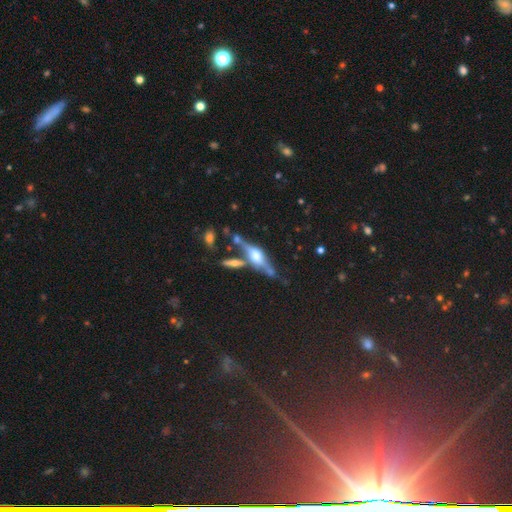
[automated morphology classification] Smooth or featured: featured or disk — 76% (smooth — 15%)
Edge-on disk: yes — 92% (no — 8%)
Edge-on bulge: rounded — 87% (boxy — 10%)
Merging: none — 61% (merger — 18%)